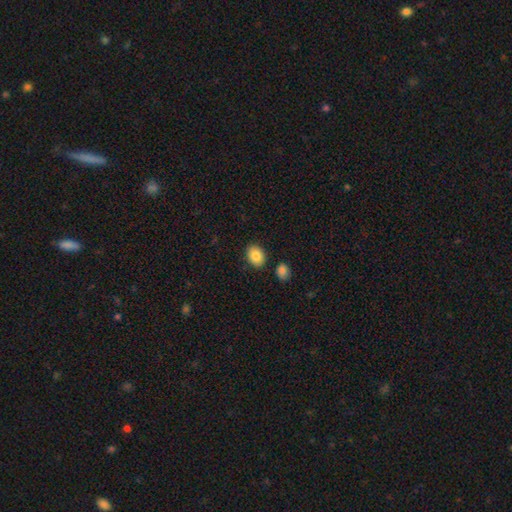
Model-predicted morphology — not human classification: smooth_or_featured: smooth (p=0.86) [alt: star or artifact p=0.08]
how_rounded: in between (p=0.69) [alt: round p=0.30]
merging: none (p=0.84) [alt: minor disturbance p=0.09]